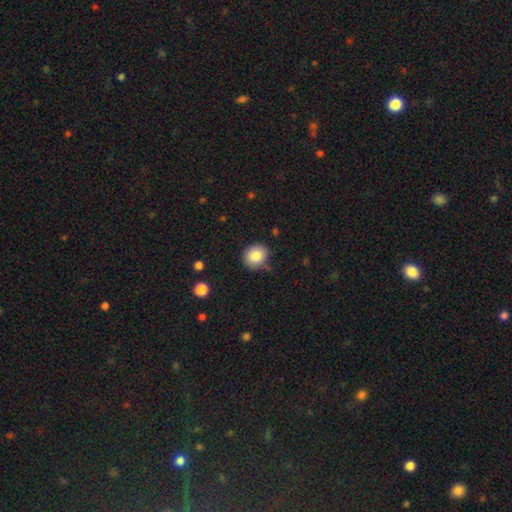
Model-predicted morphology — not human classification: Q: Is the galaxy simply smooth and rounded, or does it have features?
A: smooth — 84%.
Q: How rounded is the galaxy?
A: round — 77%.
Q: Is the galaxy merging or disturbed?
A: none — 78%.